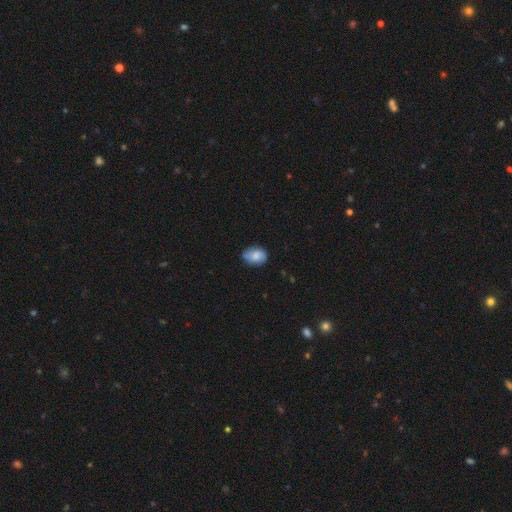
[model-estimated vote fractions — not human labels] Q: Smooth or featured?
A: smooth (74%); runner-up: featured or disk (18%)
Q: How rounded?
A: in between (73%); runner-up: round (26%)
Q: Merging?
A: none (69%); runner-up: minor disturbance (25%)